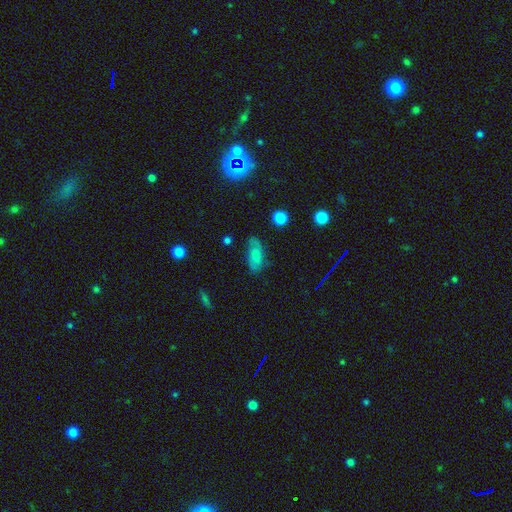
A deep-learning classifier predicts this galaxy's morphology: Smooth or featured: smooth — 71% (featured or disk — 19%)
How rounded: in between — 85% (cigar-shaped — 11%)
Merging: none — 69% (minor disturbance — 22%)